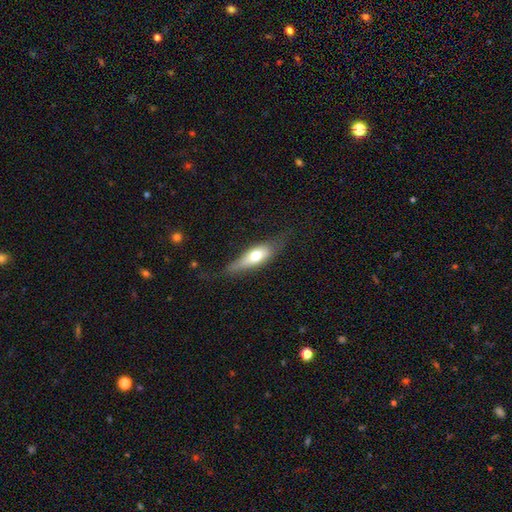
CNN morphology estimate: Q: Smooth or featured?
A: smooth (57%); runner-up: featured or disk (37%)
Q: How rounded?
A: in between (55%); runner-up: cigar-shaped (42%)
Q: Merging?
A: none (59%); runner-up: minor disturbance (28%)